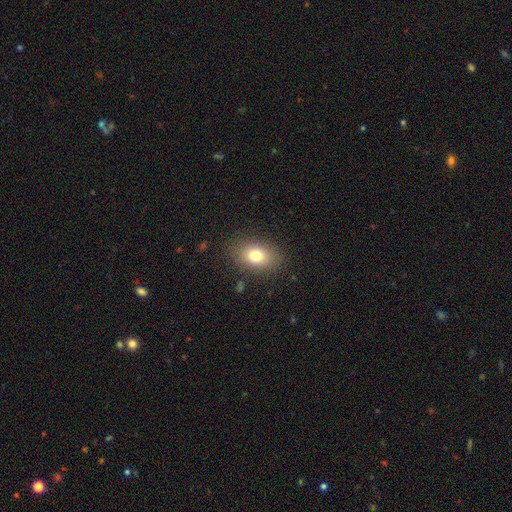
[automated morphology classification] Overall: smooth (77%). How rounded: in between (77%). Merging: none (84%).